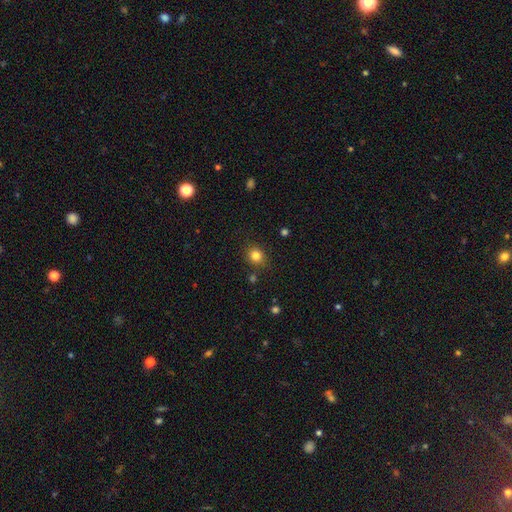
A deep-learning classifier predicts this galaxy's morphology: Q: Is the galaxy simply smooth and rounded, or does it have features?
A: smooth — 83%.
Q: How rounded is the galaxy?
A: round — 77%.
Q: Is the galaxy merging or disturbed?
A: none — 84%.